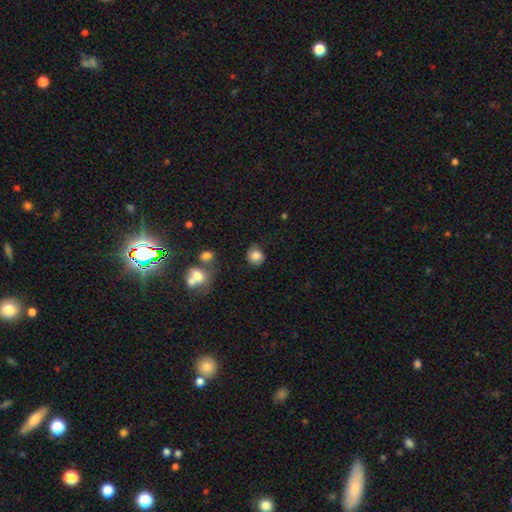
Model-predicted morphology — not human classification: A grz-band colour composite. It shows a smooth galaxy with no disk features (82%) that is round (80%). Merging: none (76%).